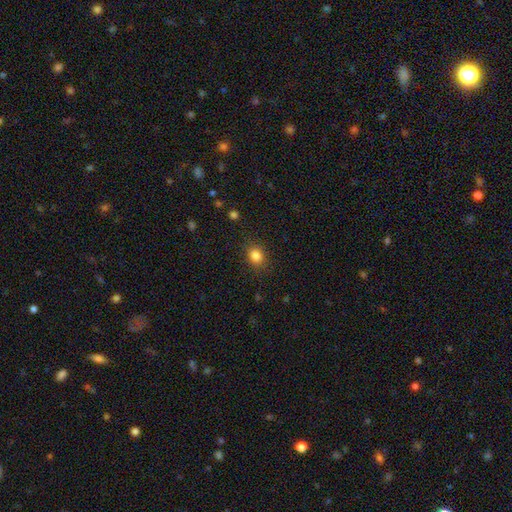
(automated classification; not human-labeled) smooth_or_featured: smooth (p=0.84) [alt: star or artifact p=0.11]
how_rounded: round (p=0.58) [alt: in between p=0.41]
merging: none (p=0.85) [alt: minor disturbance p=0.11]